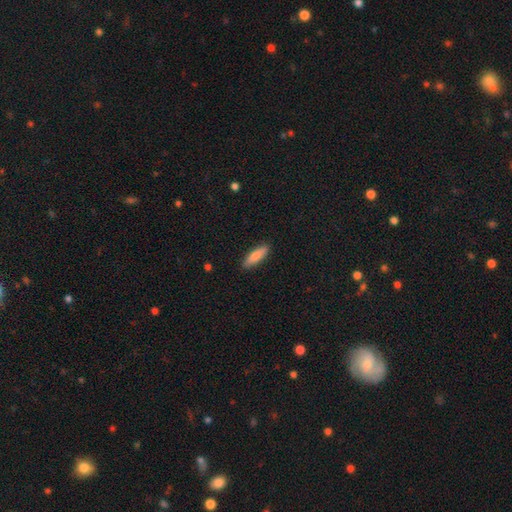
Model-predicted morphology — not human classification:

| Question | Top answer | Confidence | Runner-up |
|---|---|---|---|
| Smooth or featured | smooth | 82% | featured or disk (13%) |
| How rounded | cigar-shaped | 56% | in between (42%) |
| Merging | none | 89% | minor disturbance (8%) |